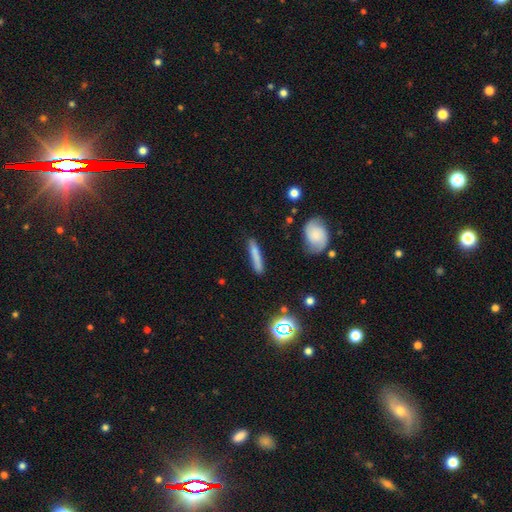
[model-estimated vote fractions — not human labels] Smooth or featured? Predicted: smooth (p=0.71). How rounded? Predicted: cigar-shaped (p=0.91). Merging? Predicted: none (p=0.79).